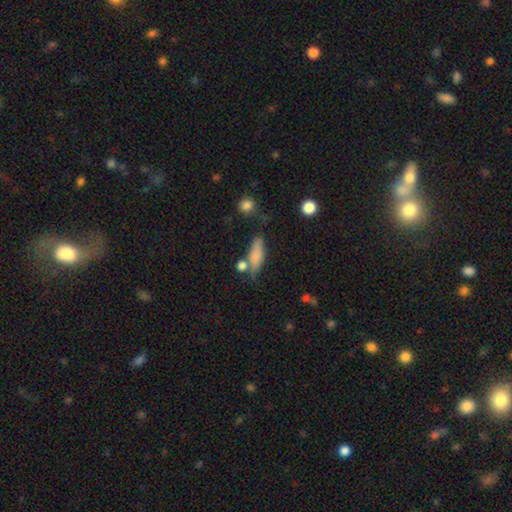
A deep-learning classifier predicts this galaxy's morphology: smooth 76%, featured or disk 15%, star or artifact 8%. Down the decision tree: how rounded — in between (55%); merging — none (55%).